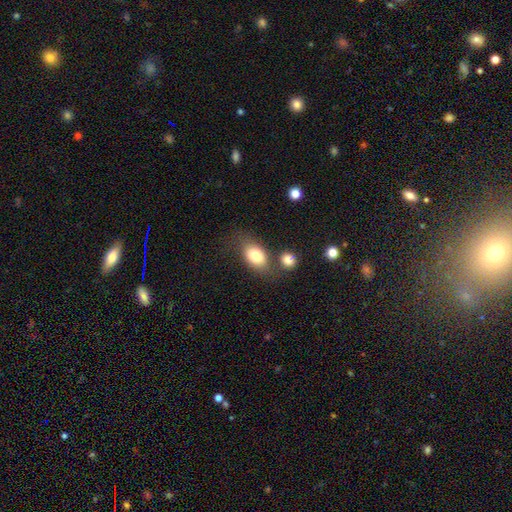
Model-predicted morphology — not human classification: Smooth or featured: smooth — 80% (featured or disk — 13%)
How rounded: in between — 83% (round — 15%)
Merging: none — 59% (merger — 17%)